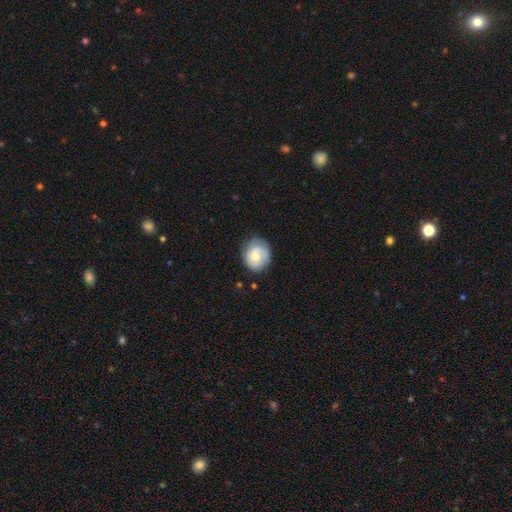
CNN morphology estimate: A smooth galaxy with no disk features (56%) that is round (67%). Merging: none (68%).